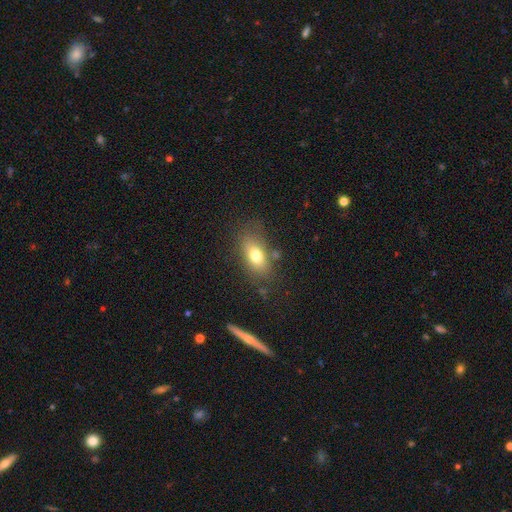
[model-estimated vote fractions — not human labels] Smooth or featured?
  - smooth: 73% *
  - featured or disk: 17%
  - star or artifact: 10%
How rounded?
  - in between: 83% *
  - round: 10%
  - cigar-shaped: 7%
Merging?
  - none: 71% *
  - minor disturbance: 17%
  - major disturbance: 7%
  - merger: 5%